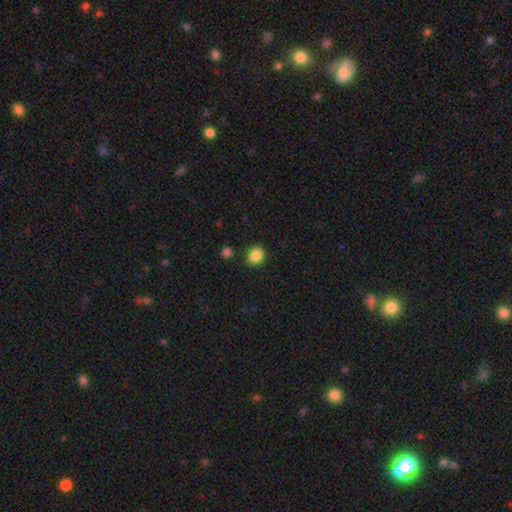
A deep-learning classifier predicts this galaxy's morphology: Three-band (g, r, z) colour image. It shows a smooth galaxy with no disk features (86%) that is round (73%). Merging: none (88%).